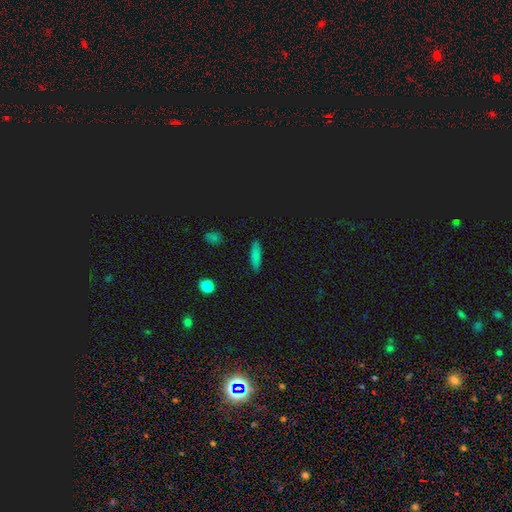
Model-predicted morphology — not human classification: smooth 79%, star or artifact 13%, featured or disk 8%. Down the decision tree: how rounded — cigar-shaped (65%); merging — none (87%).